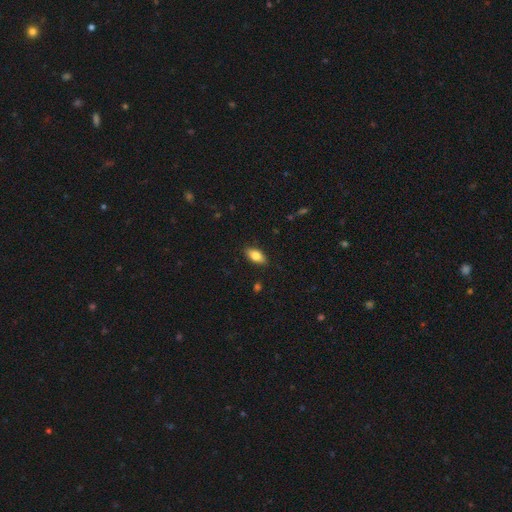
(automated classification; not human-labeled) Smooth or featured? smooth (79%)
How rounded? in between (88%)
Merging? none (88%)